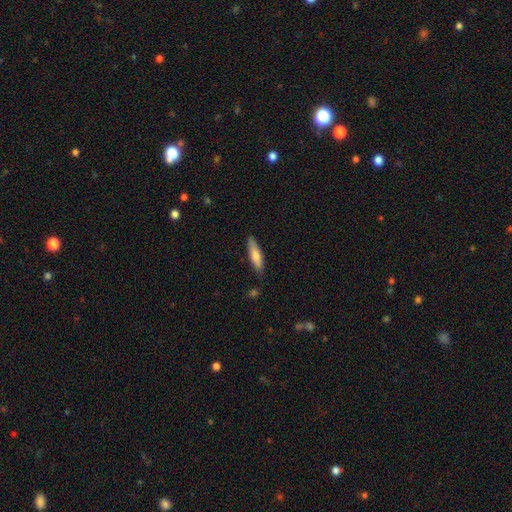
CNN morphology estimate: This appears to be a smooth galaxy with no disk features (74%) that is cigar-shaped (71%). Merging: none (81%).